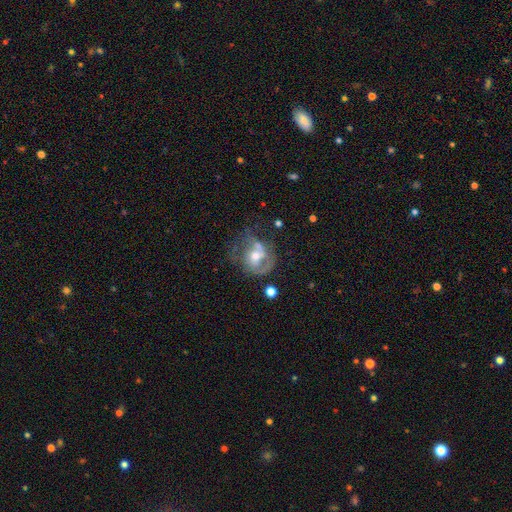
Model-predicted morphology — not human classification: The model was most divided on "merging": none: 35%, major disturbance: 29%, minor disturbance: 21%, merger: 15%. More confident: edge-on disk — no (97%); smooth or featured — featured or disk (66%); bulge size — moderate (64%); bar — no (64%); spiral arms — yes (64%).